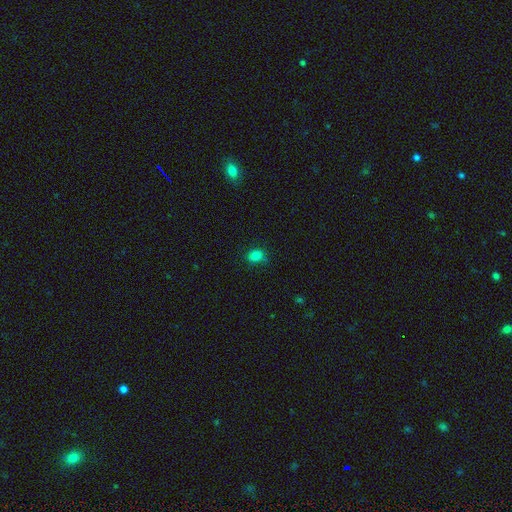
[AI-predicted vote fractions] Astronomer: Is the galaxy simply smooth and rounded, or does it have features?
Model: smooth — 82%.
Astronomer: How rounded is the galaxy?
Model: round — 55% (runner-up: in between, 44%).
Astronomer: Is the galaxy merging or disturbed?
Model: none — 74%.